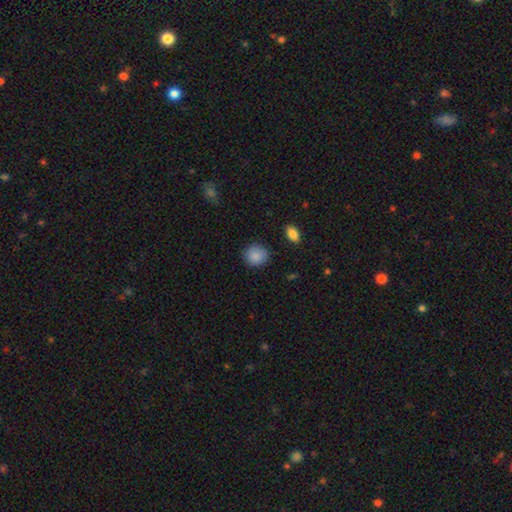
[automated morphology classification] Smooth or featured: smooth — 88% (star or artifact — 8%)
How rounded: round — 84% (in between — 15%)
Merging: none — 86% (minor disturbance — 10%)